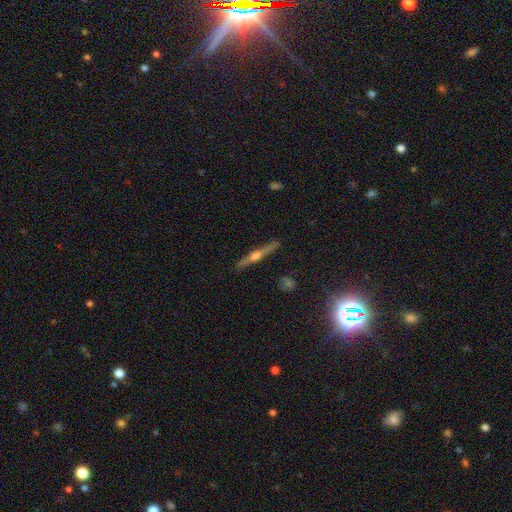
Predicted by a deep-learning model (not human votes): Smooth or featured: featured or disk — 75% (smooth — 17%)
Edge-on disk: yes — 98% (no — 2%)
Edge-on bulge: rounded — 90% (boxy — 5%)
Merging: none — 90% (minor disturbance — 7%)